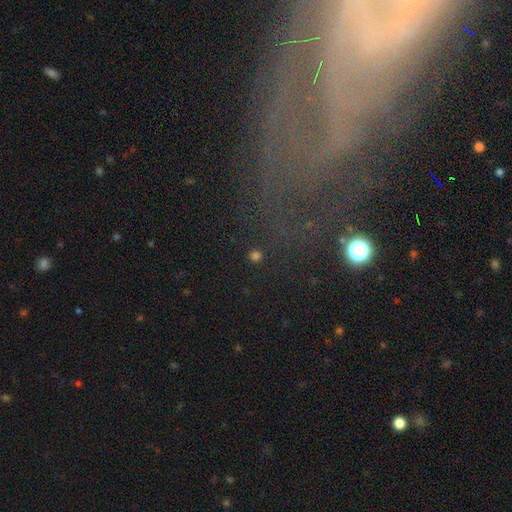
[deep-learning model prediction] A smooth galaxy with no disk features (71%) that is round (94%).

Vote fractions:
- Smooth or featured? smooth: 71% / star or artifact: 23% / featured or disk: 5%
- How rounded? round: 94% / in between: 4% / cigar-shaped: 1%
- Merging? none: 90% / minor disturbance: 5% / merger: 3% / major disturbance: 2%